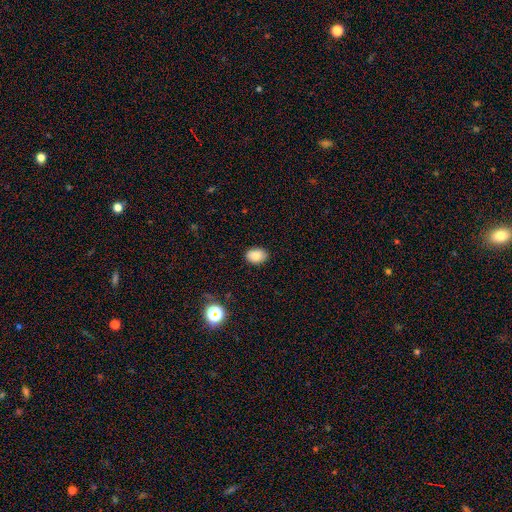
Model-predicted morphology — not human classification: type=smooth (83%); roundness=in between (79%); merging=none (87%).